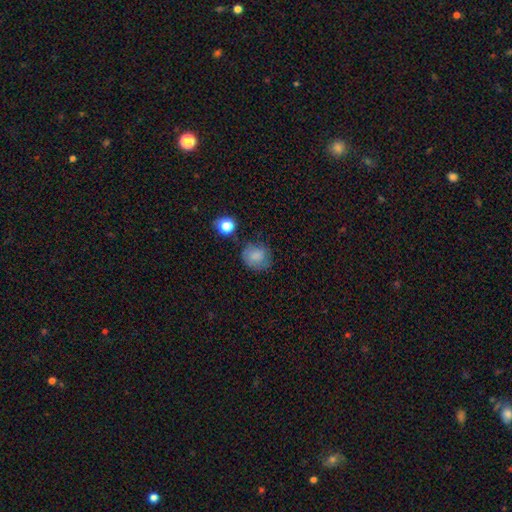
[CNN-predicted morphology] Smooth or featured: smooth — 80% (star or artifact — 10%)
How rounded: round — 74% (in between — 25%)
Merging: none — 68% (minor disturbance — 21%)